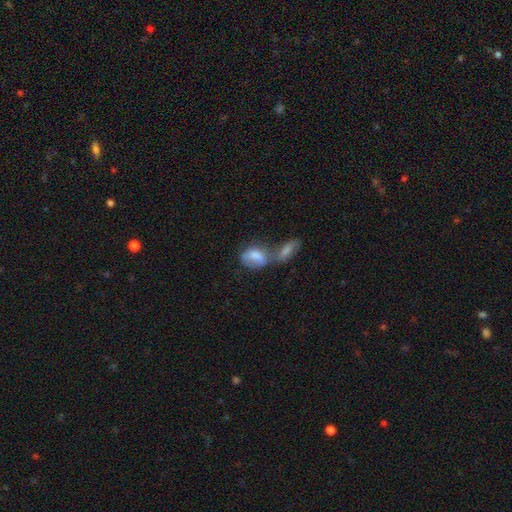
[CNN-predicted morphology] smooth_or_featured: smooth (p=0.62) [alt: featured or disk p=0.28]
how_rounded: in between (p=0.81) [alt: round p=0.14]
merging: merger (p=0.64) [alt: none p=0.18]